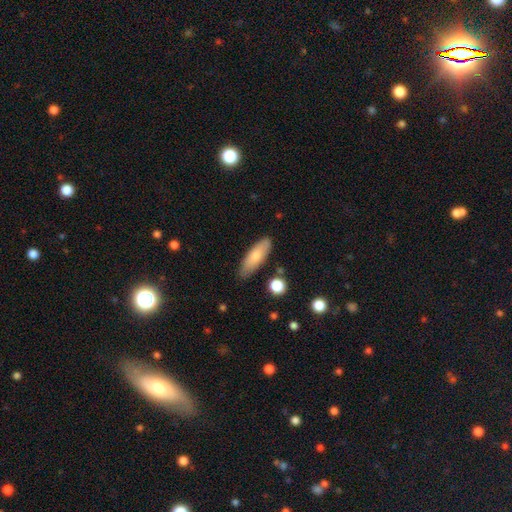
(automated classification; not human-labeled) The model was most divided on "how rounded": in between: 58%, cigar-shaped: 40%, round: 2%. More confident: merging — none (80%); smooth or featured — smooth (73%).